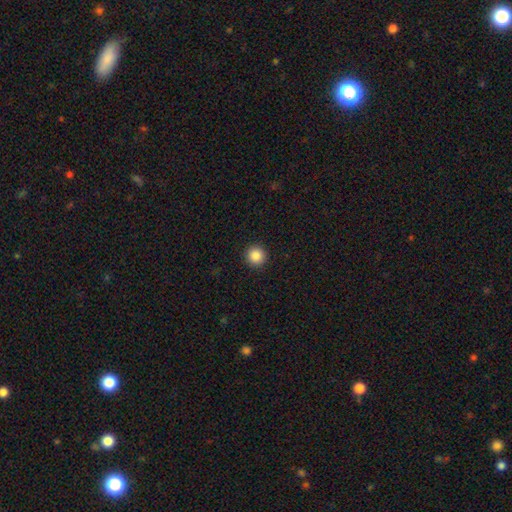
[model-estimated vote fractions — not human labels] This is clearly a smooth galaxy (86%). How rounded: clearly round (95%). Merging: clearly none (93%).